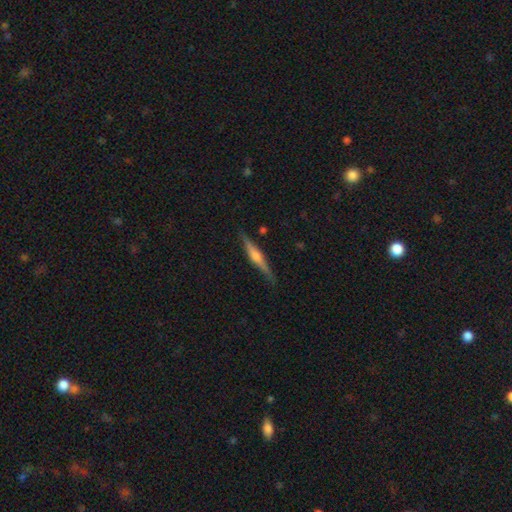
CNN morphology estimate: Smooth or featured? featured or disk (70%)
Edge-on disk? yes (98%)
Edge-on bulge? rounded (84%)
Merging? none (87%)